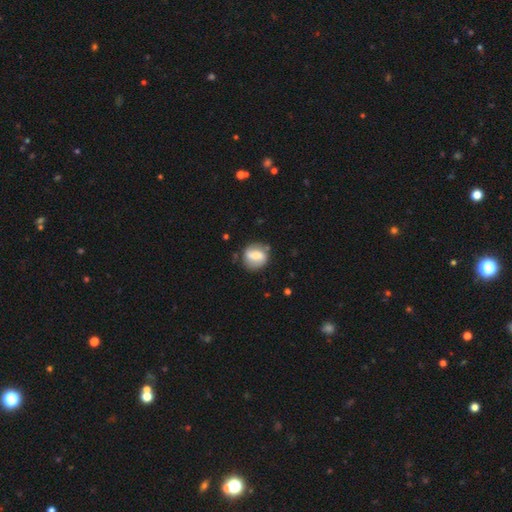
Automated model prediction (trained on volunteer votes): This is possibly a smooth galaxy (51%). How rounded: likely round (69%). Merging: likely none (73%).